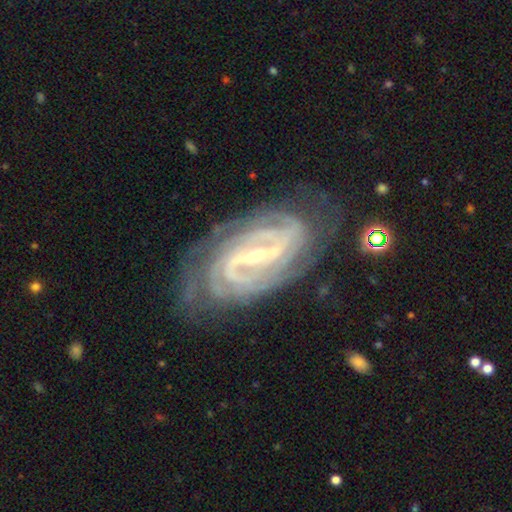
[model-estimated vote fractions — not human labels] Smooth or featured? Predicted: featured or disk (p=0.92). Edge-on disk? Predicted: no (p=0.96). Bar? Predicted: strong (p=0.64). Spiral arms? Predicted: yes (p=0.98). Spiral winding? Predicted: tight (p=0.68). Spiral arm count? Predicted: 2 (p=0.37). Bulge size? Predicted: small (p=0.70). Merging? Predicted: none (p=0.76).